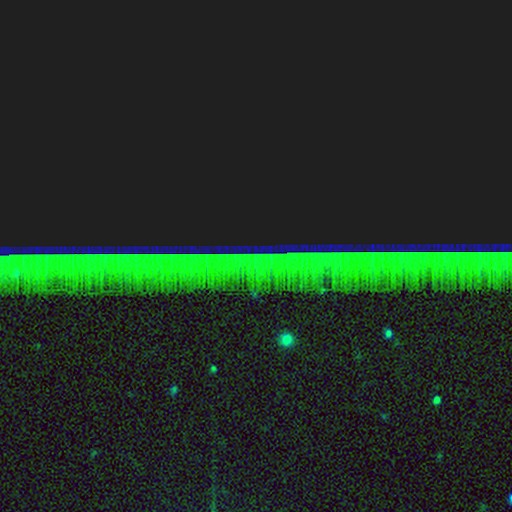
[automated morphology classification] smooth_or_featured: star or artifact (p=0.88) [alt: featured or disk p=0.07]